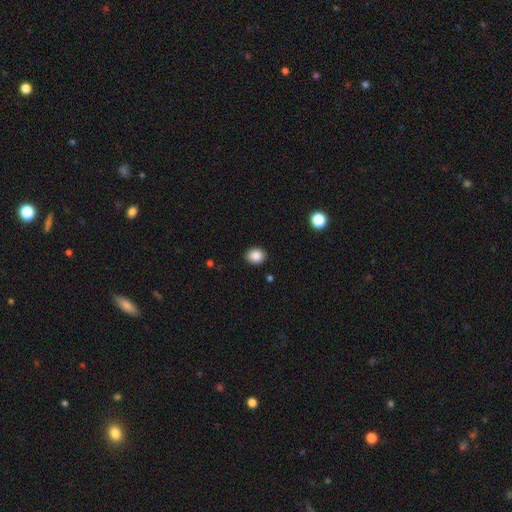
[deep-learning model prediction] The model was most divided on "how rounded": round: 68%, in between: 31%, cigar-shaped: 1%. More confident: merging — none (90%); smooth or featured — smooth (88%).